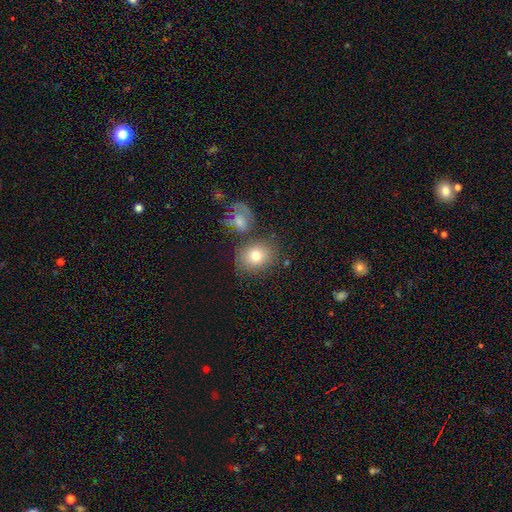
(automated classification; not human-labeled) This is likely a smooth galaxy (76%). How rounded: likely round (61%). Merging: likely none (65%).